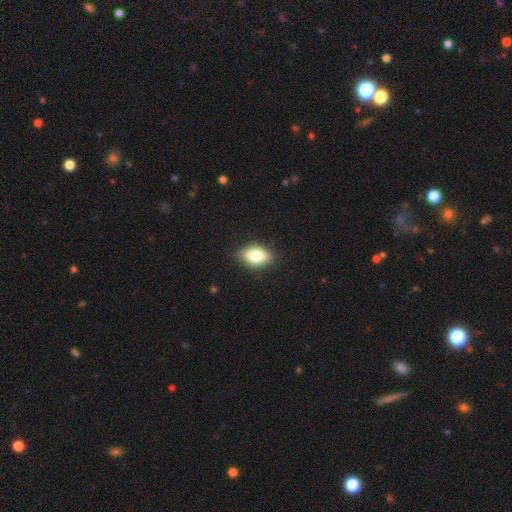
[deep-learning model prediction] Smooth or featured: smooth — 79% (featured or disk — 13%)
How rounded: in between — 87% (round — 9%)
Merging: none — 86% (minor disturbance — 11%)